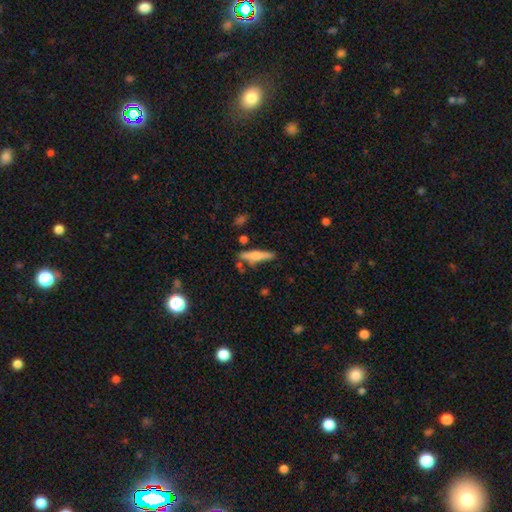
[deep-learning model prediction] This appears to be a smooth galaxy with no disk features (50%) that is cigar-shaped (81%). Merging: none (74%).